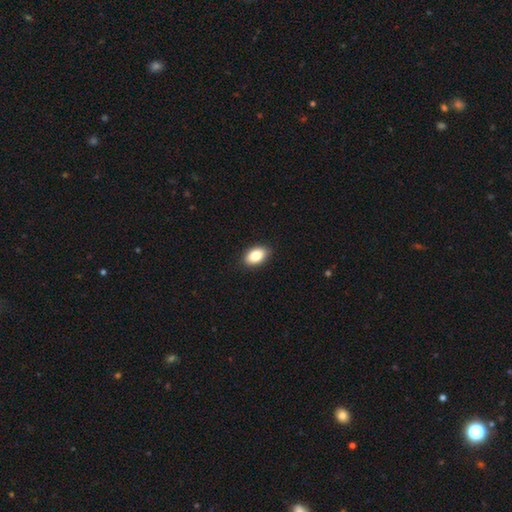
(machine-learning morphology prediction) smooth-or-featured: smooth: 85% | featured or disk: 7% | star or artifact: 7%
  how-rounded: in between: 90% | round: 9% | cigar-shaped: 2%
  merging: none: 90% | minor disturbance: 8% | major disturbance: 2% | merger: 1%